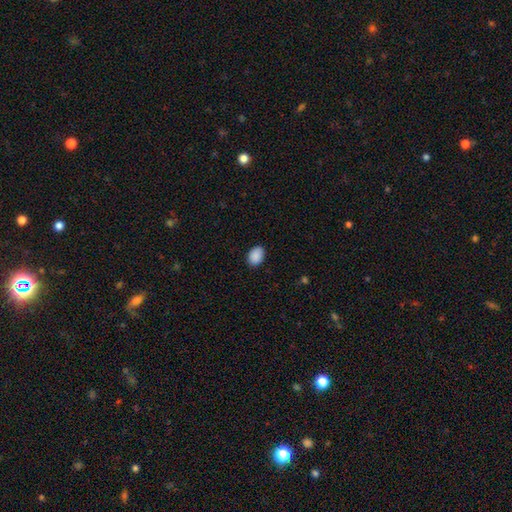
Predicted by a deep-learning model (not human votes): This is clearly a smooth galaxy (90%). How rounded: likely in between (78%). Merging: clearly none (88%).